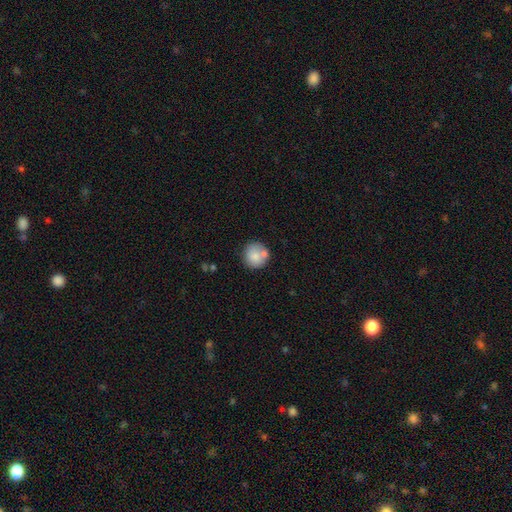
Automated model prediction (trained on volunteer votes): A smooth galaxy with no disk features (80%) that is round (92%).

Vote fractions:
- Smooth or featured? smooth: 80% / featured or disk: 12% / star or artifact: 8%
- How rounded? round: 92% / in between: 7% / cigar-shaped: 1%
- Merging? none: 66% / merger: 17% / minor disturbance: 13% / major disturbance: 4%